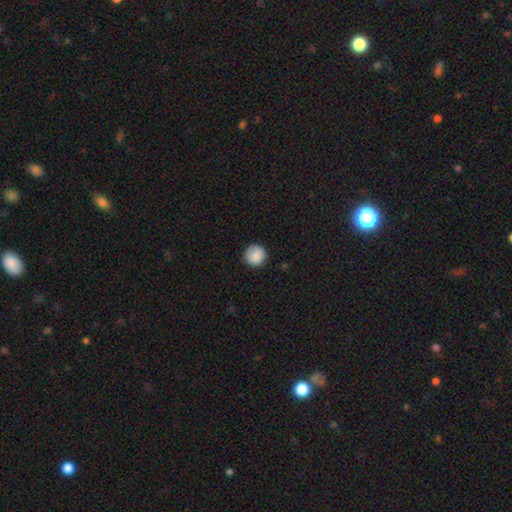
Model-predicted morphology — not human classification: Smooth or featured: smooth — 87% (star or artifact — 8%)
How rounded: round — 94% (in between — 5%)
Merging: none — 84% (minor disturbance — 12%)